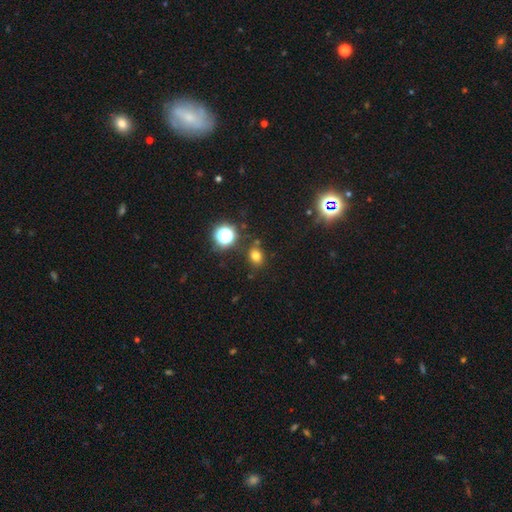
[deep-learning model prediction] Smooth or featured? smooth (73%)
How rounded? round (56%)
Merging? none (81%)